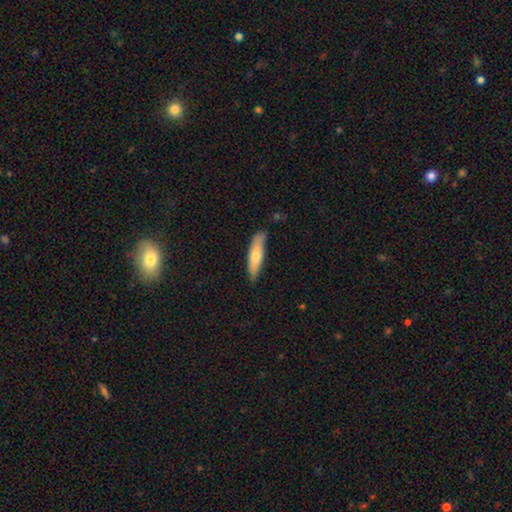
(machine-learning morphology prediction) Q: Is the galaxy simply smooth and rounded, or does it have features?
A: smooth — 70%.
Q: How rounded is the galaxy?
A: cigar-shaped — 69%.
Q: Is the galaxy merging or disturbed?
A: none — 78%.